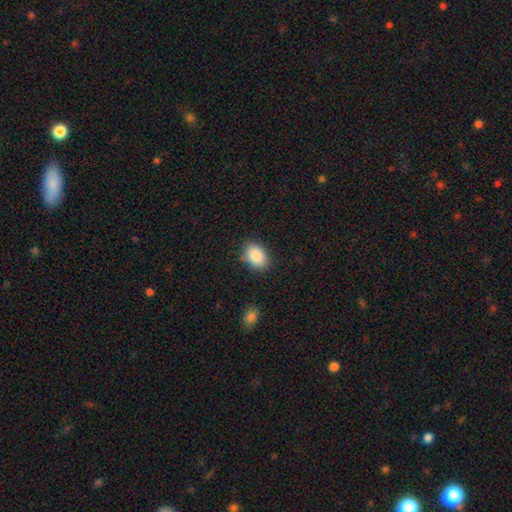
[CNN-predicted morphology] This is clearly a smooth galaxy (87%). How rounded: likely in between (78%). Merging: clearly none (82%).